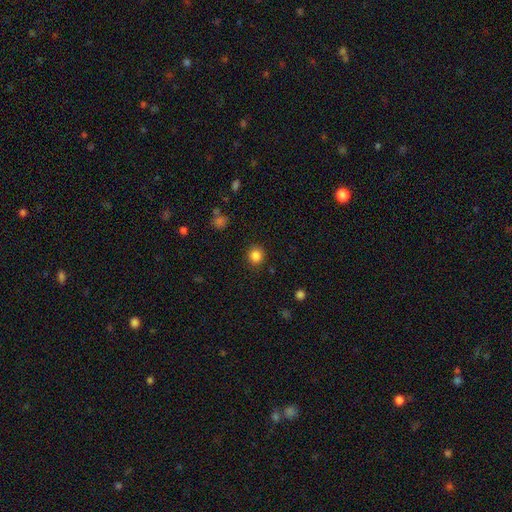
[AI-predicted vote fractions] Q: Smooth or featured?
A: smooth (85%); runner-up: star or artifact (11%)
Q: How rounded?
A: round (85%); runner-up: in between (14%)
Q: Merging?
A: none (88%); runner-up: minor disturbance (8%)